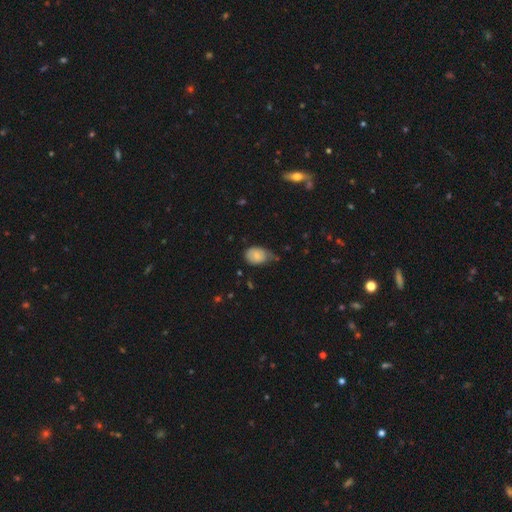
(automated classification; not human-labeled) Overall: smooth (78%). How rounded: in between (76%). Merging: minor disturbance (44%; none 40%).